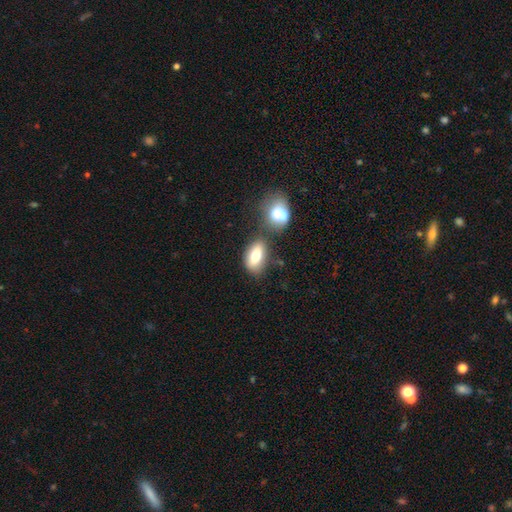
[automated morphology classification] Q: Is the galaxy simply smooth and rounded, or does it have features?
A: smooth — 74%.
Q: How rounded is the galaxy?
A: in between — 88%.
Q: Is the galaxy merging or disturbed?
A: none — 52%.